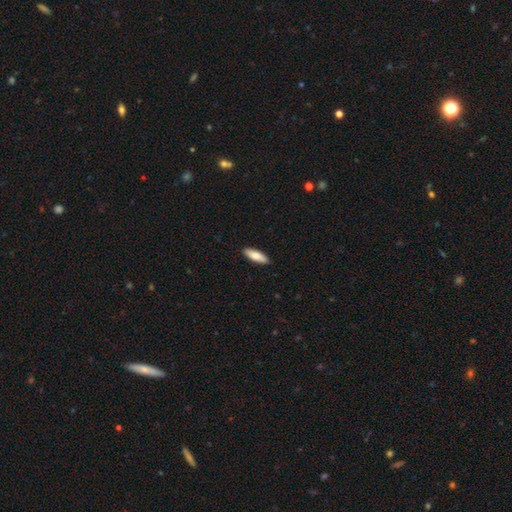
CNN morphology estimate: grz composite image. It shows a smooth galaxy with no disk features (78%) that is in between round and cigar-shaped (54%). Merging: none (90%).